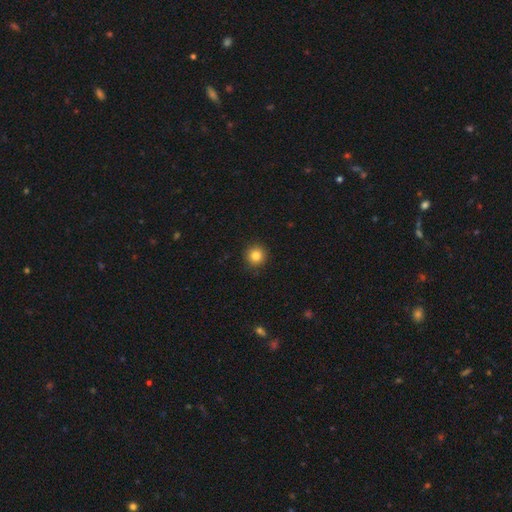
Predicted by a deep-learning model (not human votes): The model was most divided on "smooth or featured": smooth: 83%, star or artifact: 11%, featured or disk: 5%. More confident: how rounded — round (95%); merging — none (91%).